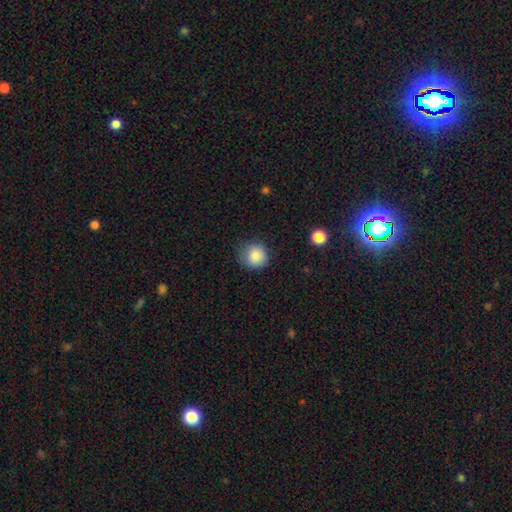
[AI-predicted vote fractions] The model was most divided on "merging": none: 73%, minor disturbance: 20%, major disturbance: 5%, merger: 1%. More confident: how rounded — round (89%); smooth or featured — smooth (86%).